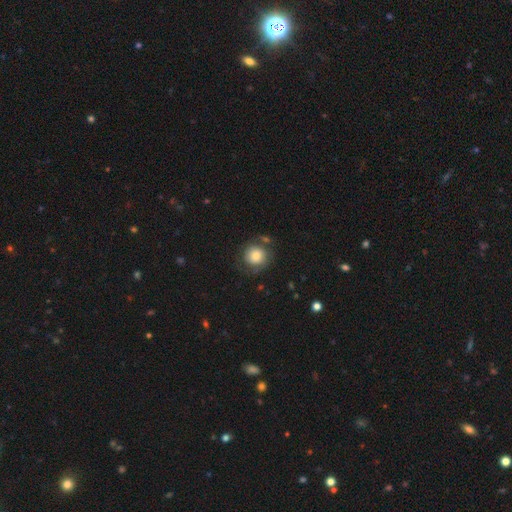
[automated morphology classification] Smooth or featured? smooth (72%)
How rounded? round (89%)
Merging? none (65%)